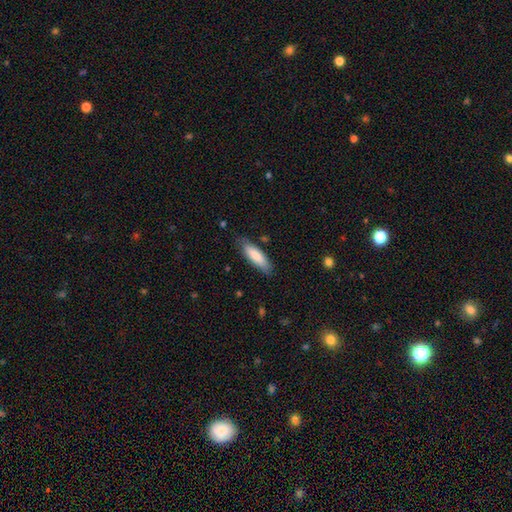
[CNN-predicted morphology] Smooth or featured: smooth — 84% (featured or disk — 11%)
How rounded: cigar-shaped — 55% (in between — 43%)
Merging: none — 81% (minor disturbance — 15%)